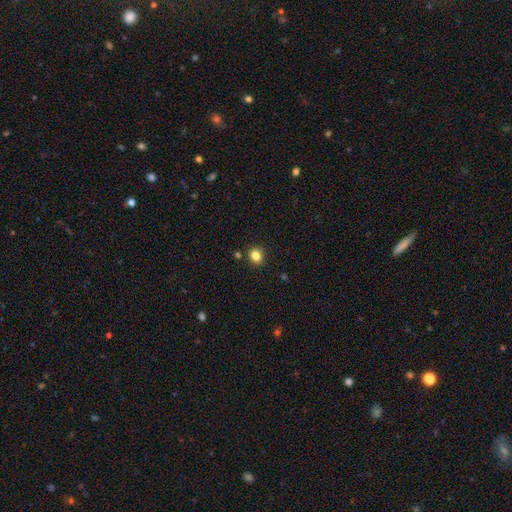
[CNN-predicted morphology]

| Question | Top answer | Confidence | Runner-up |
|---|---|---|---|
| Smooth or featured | smooth | 83% | star or artifact (12%) |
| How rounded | round | 79% | in between (20%) |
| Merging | none | 87% | minor disturbance (7%) |